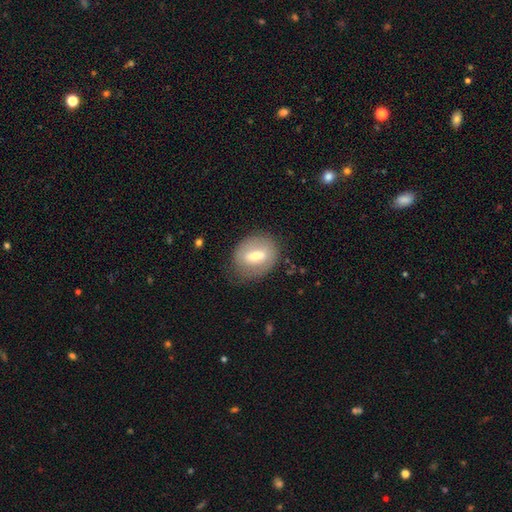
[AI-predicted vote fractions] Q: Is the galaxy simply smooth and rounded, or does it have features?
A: smooth — 55%.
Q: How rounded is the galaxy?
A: in between — 61%.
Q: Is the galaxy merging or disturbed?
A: none — 72%.